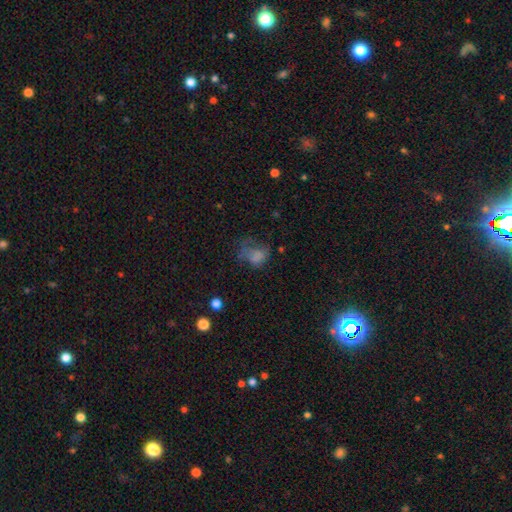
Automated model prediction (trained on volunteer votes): Q: Smooth or featured?
A: smooth (65%); runner-up: featured or disk (20%)
Q: How rounded?
A: in between (55%); runner-up: round (44%)
Q: Merging?
A: major disturbance (42%); runner-up: none (29%)